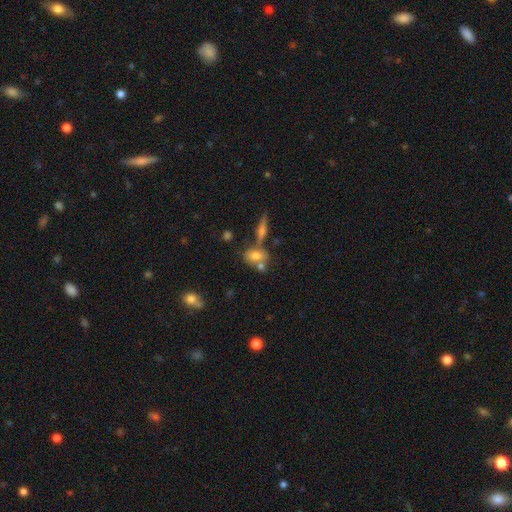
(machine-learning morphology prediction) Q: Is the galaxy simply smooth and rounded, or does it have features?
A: smooth — 68%.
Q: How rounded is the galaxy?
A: in between — 73%.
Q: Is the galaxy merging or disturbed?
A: none — 49%.